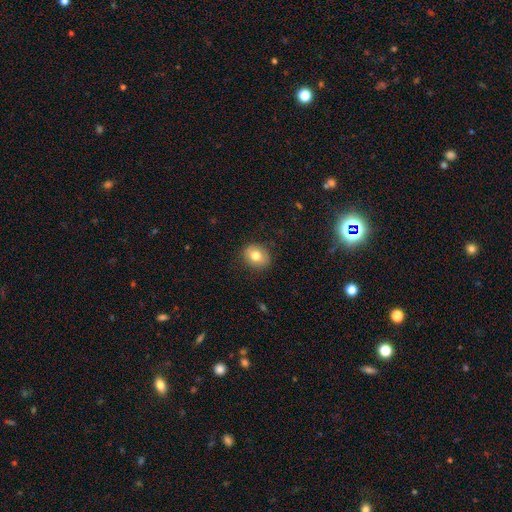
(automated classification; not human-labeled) smooth_or_featured: smooth (p=0.77) [alt: featured or disk p=0.14]
how_rounded: round (p=0.70) [alt: in between p=0.29]
merging: none (p=0.86) [alt: minor disturbance p=0.11]